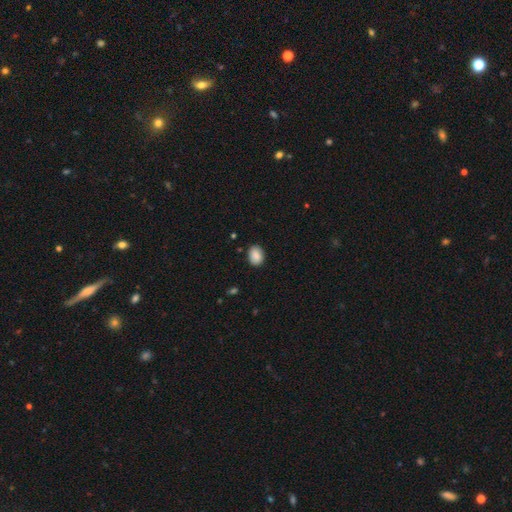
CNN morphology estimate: Smooth or featured? smooth (88%)
How rounded? in between (70%)
Merging? none (84%)